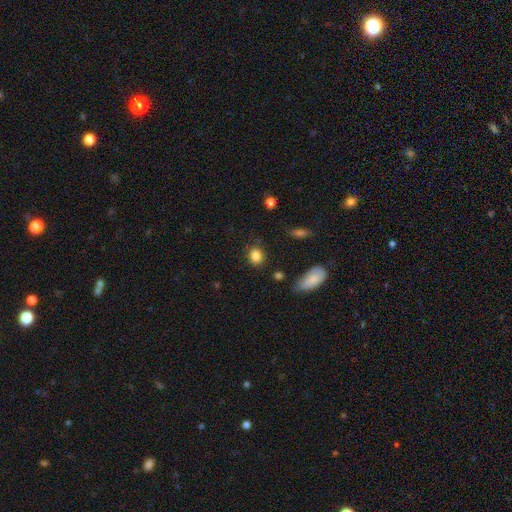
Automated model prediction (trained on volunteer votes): This is clearly a smooth galaxy (85%). How rounded: possibly round (59%). Merging: clearly none (82%).